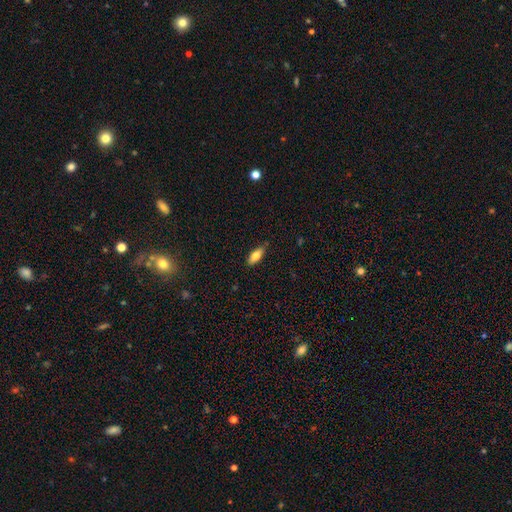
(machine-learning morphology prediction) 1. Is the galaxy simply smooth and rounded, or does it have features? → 77% smooth, 16% featured or disk, 7% star or artifact.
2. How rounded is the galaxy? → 78% in between, 19% cigar-shaped, 2% round.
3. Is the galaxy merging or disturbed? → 84% none, 12% minor disturbance, 2% major disturbance, 1% merger.